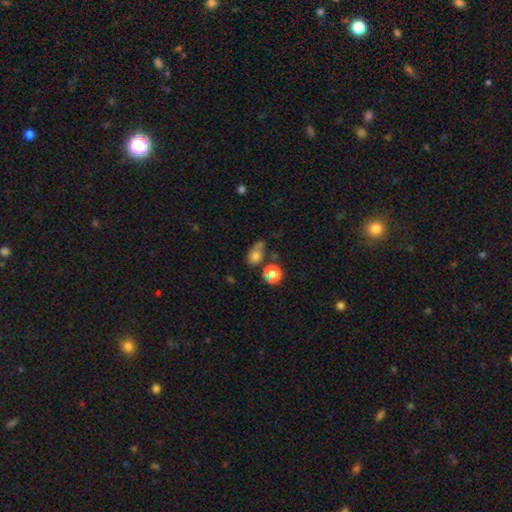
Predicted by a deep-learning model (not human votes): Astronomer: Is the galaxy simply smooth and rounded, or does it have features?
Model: smooth — 69%.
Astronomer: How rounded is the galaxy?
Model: in between — 50% (runner-up: round, 47%).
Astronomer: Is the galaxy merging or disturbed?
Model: none — 38% (runner-up: merger, 22%).